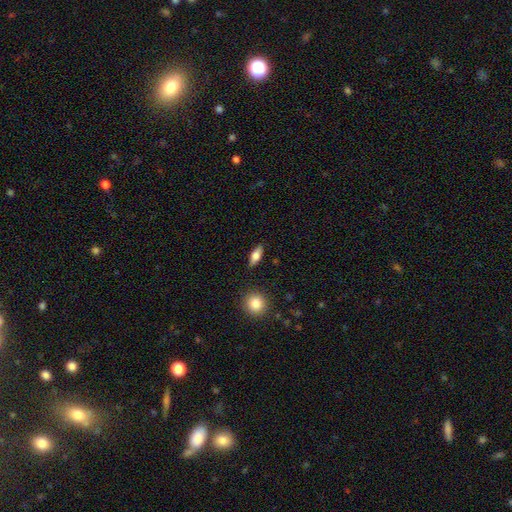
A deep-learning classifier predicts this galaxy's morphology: Overall: smooth (68%). How rounded: in between (69%). Merging: none (87%).